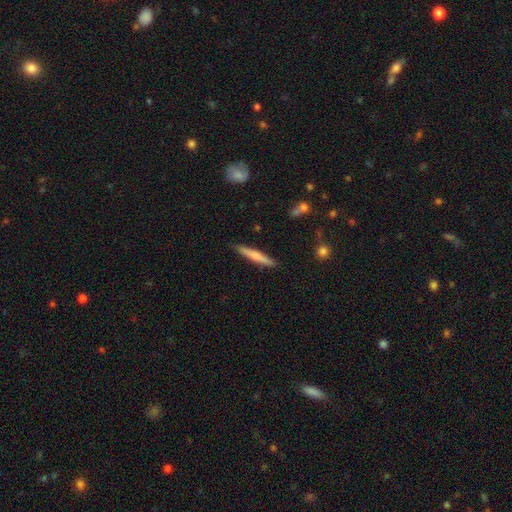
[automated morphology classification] type=smooth (64%); roundness=cigar-shaped (94%); merging=none (90%).